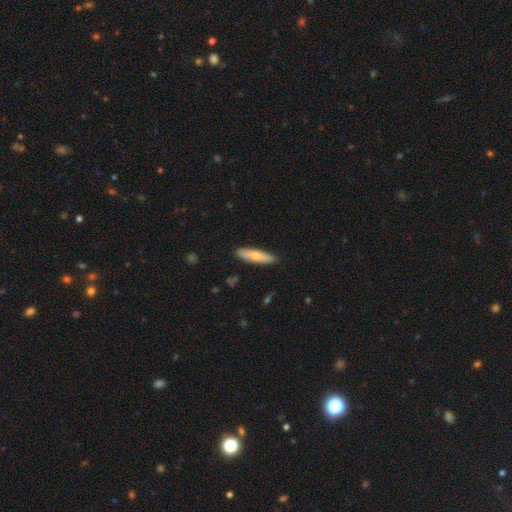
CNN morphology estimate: This is likely a smooth galaxy (68%). How rounded: likely cigar-shaped (77%). Merging: clearly none (89%).